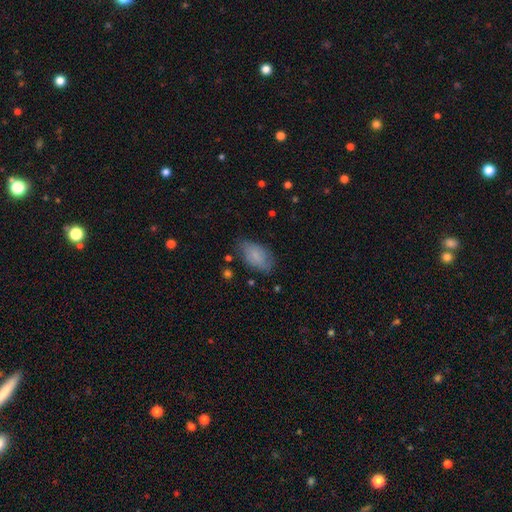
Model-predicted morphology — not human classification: This appears to be a smooth galaxy with no disk features (71%) that is in between round and cigar-shaped (93%). Merging: none (72%).